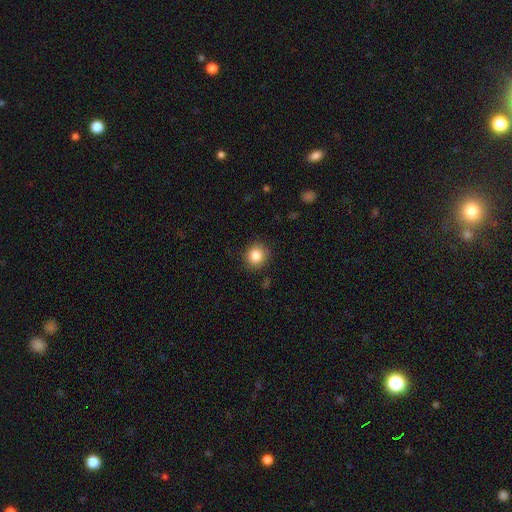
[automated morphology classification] smooth 86%, star or artifact 9%, featured or disk 4%. Down the decision tree: how rounded — round (85%); merging — none (87%).